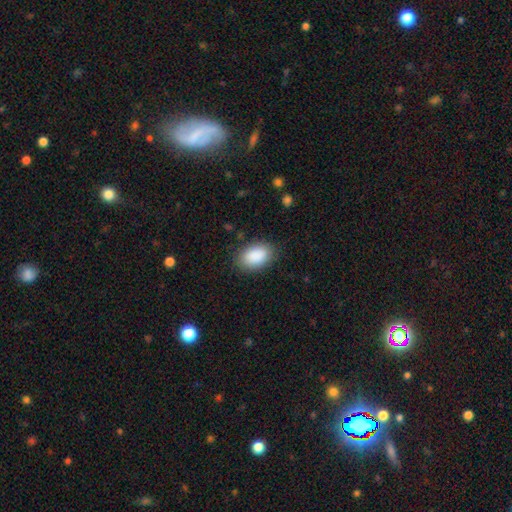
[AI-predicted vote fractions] Overall: smooth (90%). How rounded: in between (91%). Merging: none (85%).